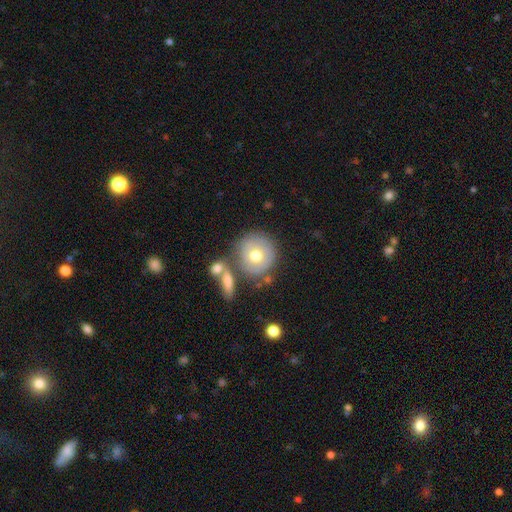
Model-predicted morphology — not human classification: The model was most divided on "smooth or featured": smooth: 65%, featured or disk: 27%, star or artifact: 8%. More confident: how rounded — round (92%); merging — none (65%).